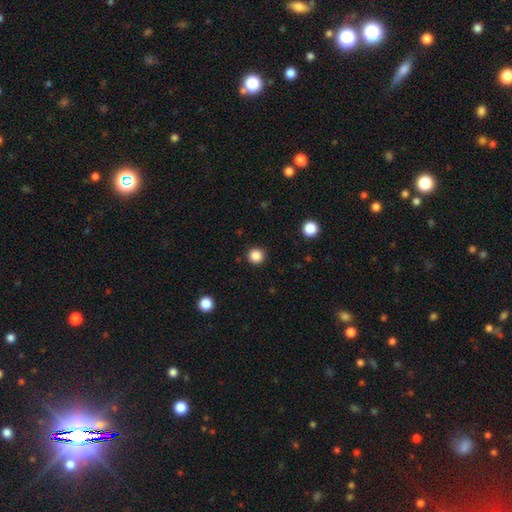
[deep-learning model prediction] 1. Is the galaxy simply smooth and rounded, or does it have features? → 86% smooth, 11% star or artifact, 3% featured or disk.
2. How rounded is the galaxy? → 95% round, 4% in between, 1% cigar-shaped.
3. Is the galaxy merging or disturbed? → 92% none, 5% minor disturbance, 2% major disturbance, 1% merger.